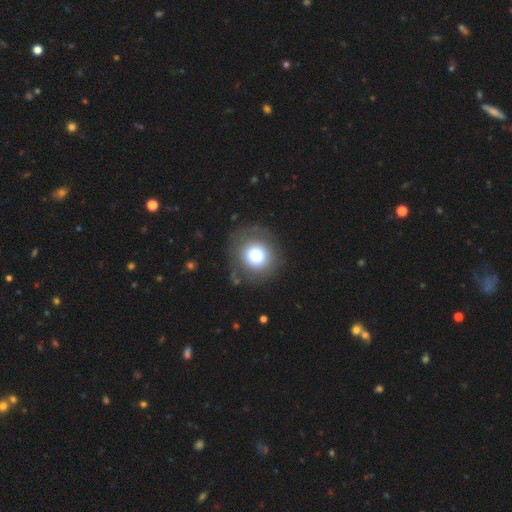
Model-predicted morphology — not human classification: A smooth galaxy with no disk features (74%) that is round (91%). Merging: none (82%).